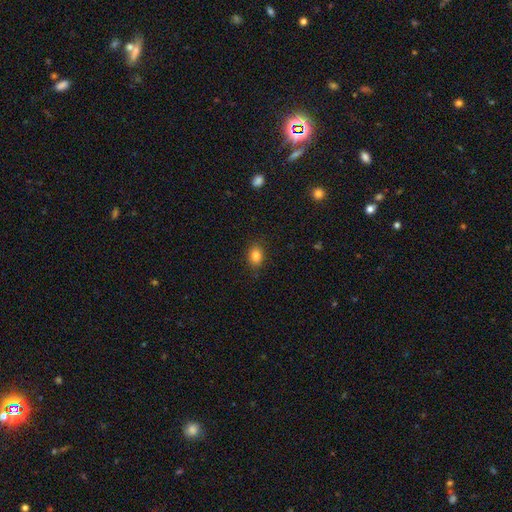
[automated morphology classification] This appears to be a smooth galaxy with no disk features (84%) that is in between round and cigar-shaped (70%). Merging: none (86%).